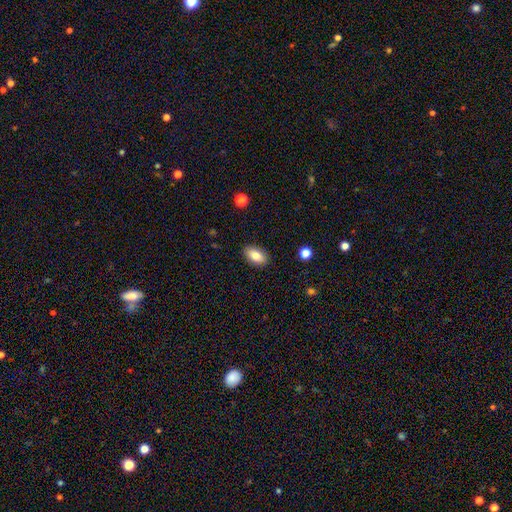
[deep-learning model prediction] A smooth galaxy with no disk features (82%) that is in between round and cigar-shaped (91%).

Vote fractions:
- Smooth or featured? smooth: 82% / featured or disk: 11% / star or artifact: 7%
- How rounded? in between: 91% / round: 5% / cigar-shaped: 4%
- Merging? none: 88% / minor disturbance: 9% / major disturbance: 2% / merger: 1%